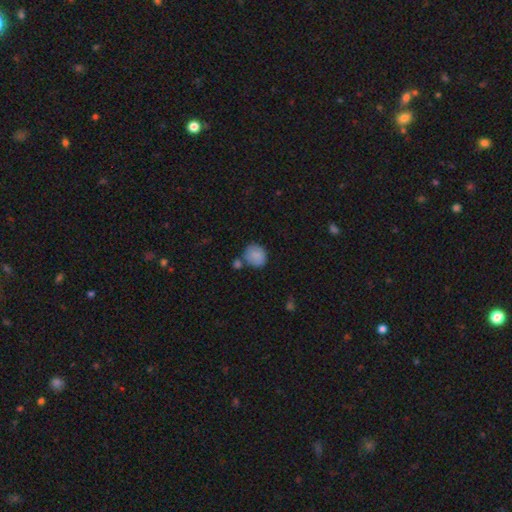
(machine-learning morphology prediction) Q: Smooth or featured?
A: smooth (85%); runner-up: star or artifact (8%)
Q: How rounded?
A: round (74%); runner-up: in between (25%)
Q: Merging?
A: none (64%); runner-up: minor disturbance (16%)